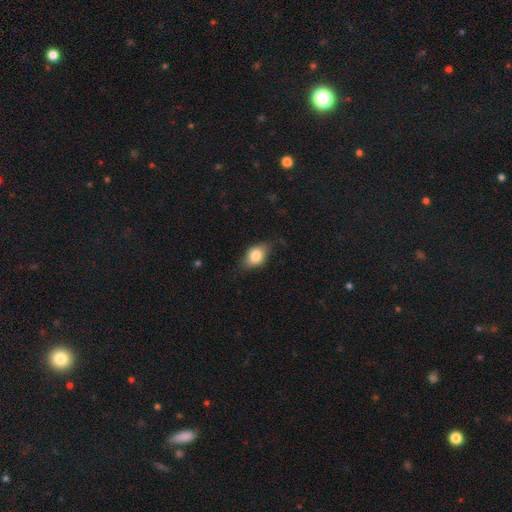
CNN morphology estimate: A smooth galaxy with no disk features (76%) that is in between round and cigar-shaped (78%).

Vote fractions:
- Smooth or featured? smooth: 76% / featured or disk: 16% / star or artifact: 8%
- How rounded? in between: 78% / round: 19% / cigar-shaped: 3%
- Merging? none: 69% / minor disturbance: 23% / major disturbance: 6% / merger: 1%